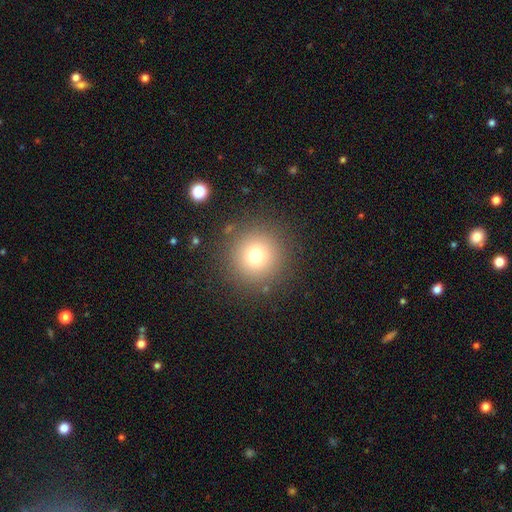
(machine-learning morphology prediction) smooth 74%, star or artifact 16%, featured or disk 10%. Down the decision tree: how rounded — round (96%); merging — none (88%).